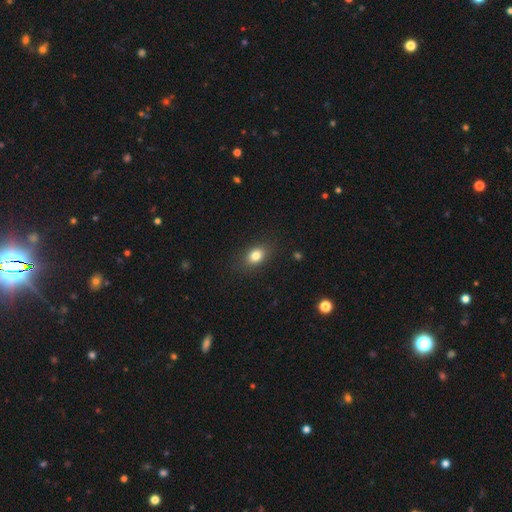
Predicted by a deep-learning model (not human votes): smooth 82%, star or artifact 10%, featured or disk 8%. Down the decision tree: how rounded — in between (73%); merging — none (84%).